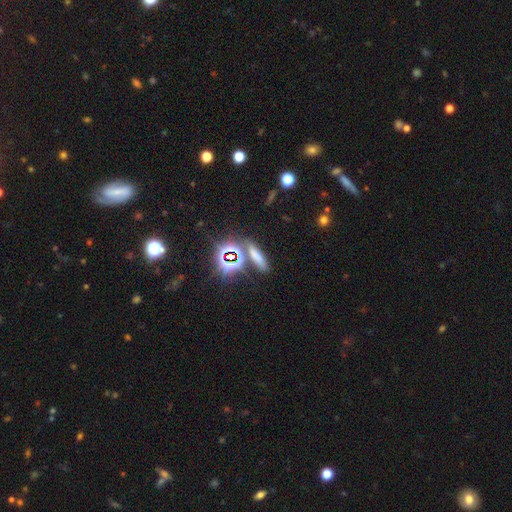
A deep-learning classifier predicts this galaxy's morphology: This appears to be a smooth galaxy with no disk features (55%) that is cigar-shaped (57%). Merging: none (72%).